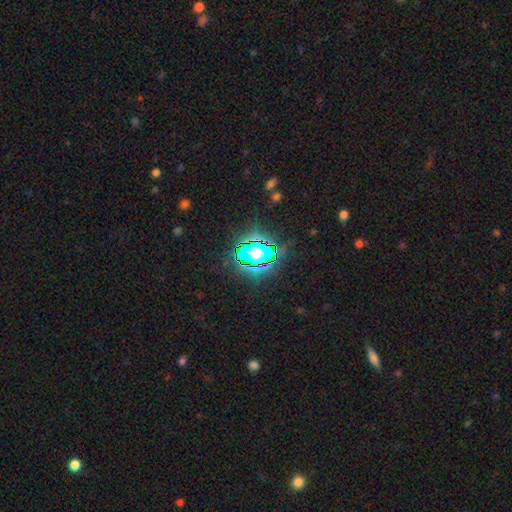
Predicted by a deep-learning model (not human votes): Morphology: type=star or artifact (58%).